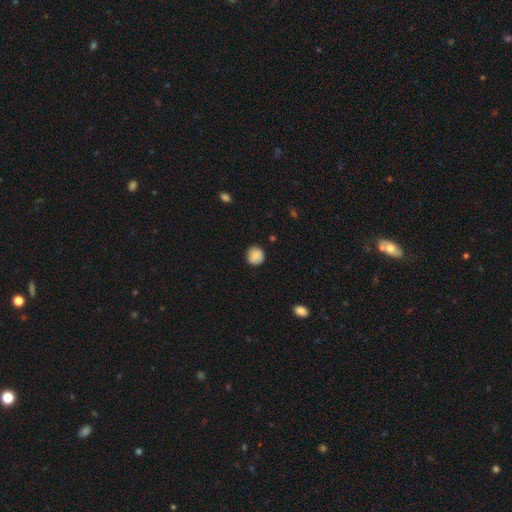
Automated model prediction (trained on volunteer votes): smooth_or_featured: smooth (p=0.84) [alt: star or artifact p=0.08]
how_rounded: round (p=0.90) [alt: in between p=0.09]
merging: none (p=0.86) [alt: minor disturbance p=0.10]